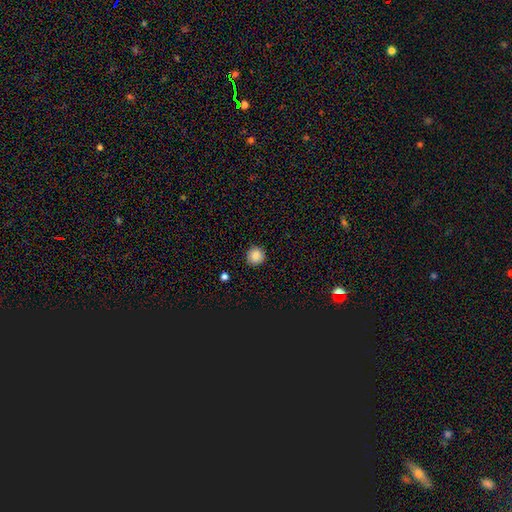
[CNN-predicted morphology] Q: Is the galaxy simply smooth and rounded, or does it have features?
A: smooth — 86%.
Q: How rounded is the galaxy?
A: round — 95%.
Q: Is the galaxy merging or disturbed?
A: none — 91%.